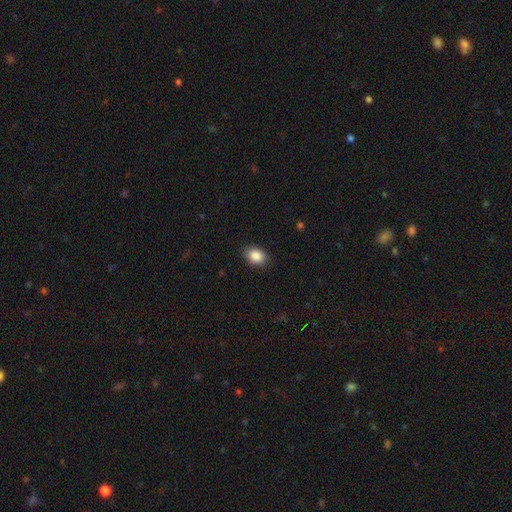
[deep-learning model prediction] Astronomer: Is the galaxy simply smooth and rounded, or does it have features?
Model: smooth — 88%.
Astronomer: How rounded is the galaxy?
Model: in between — 68%.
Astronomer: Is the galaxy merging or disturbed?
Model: none — 87%.